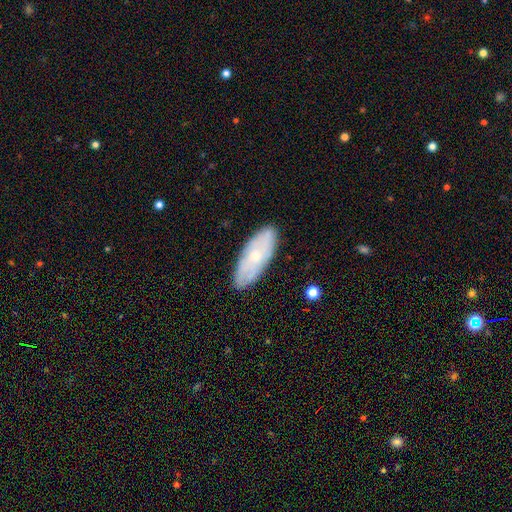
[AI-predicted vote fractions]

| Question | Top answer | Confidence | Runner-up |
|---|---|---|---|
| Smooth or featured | featured or disk | 47% | smooth (46%) |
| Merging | none | 85% | minor disturbance (12%) |